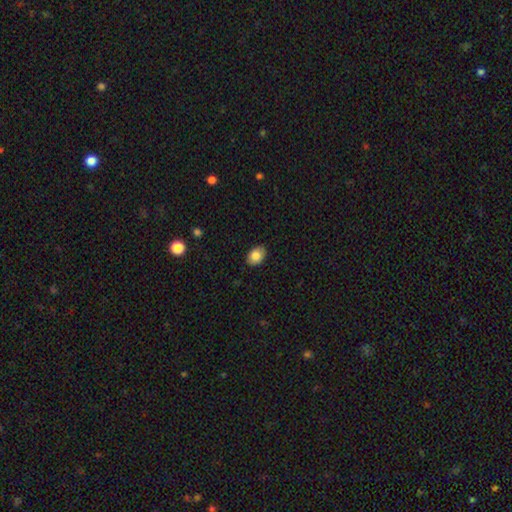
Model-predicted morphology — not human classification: type=smooth (82%); roundness=in between (76%); merging=none (88%).